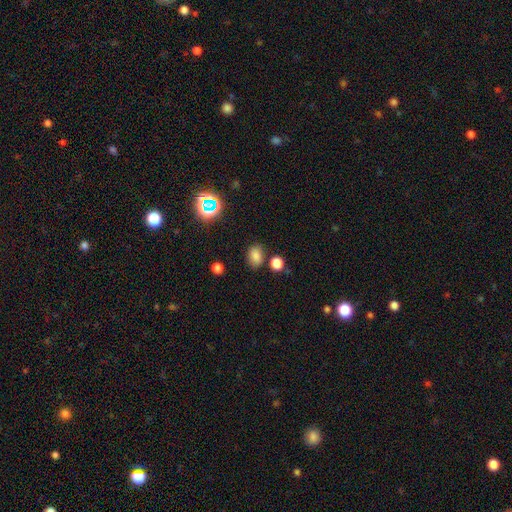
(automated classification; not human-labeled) smooth 79%, star or artifact 15%, featured or disk 6%. Down the decision tree: how rounded — in between (73%); merging — none (77%).